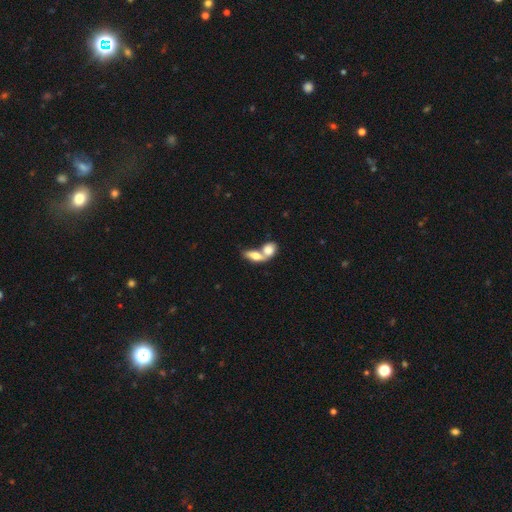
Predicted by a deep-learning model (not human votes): Smooth or featured? Predicted: smooth (p=0.69). How rounded? Predicted: in between (p=0.77). Merging? Predicted: merger (p=0.72).